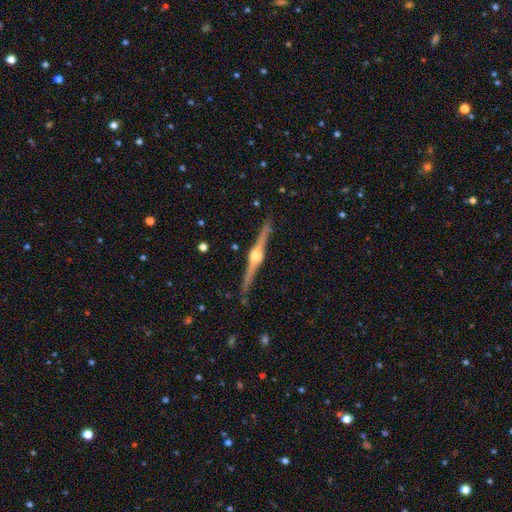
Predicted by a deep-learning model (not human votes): Smooth or featured? featured or disk (88%)
Edge-on disk? yes (99%)
Edge-on bulge? rounded (95%)
Merging? none (89%)